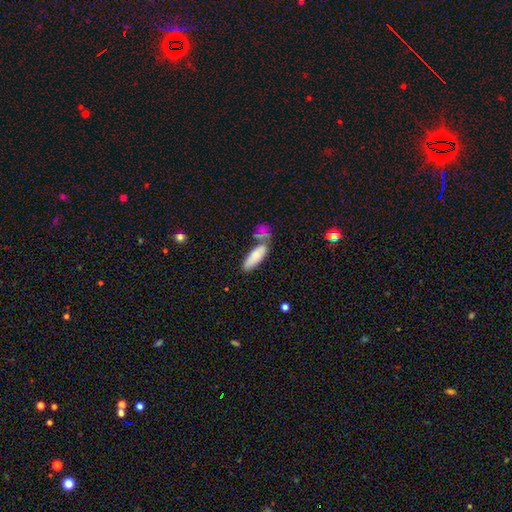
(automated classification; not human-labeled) smooth-or-featured: smooth: 79% | featured or disk: 15% | star or artifact: 6%
  how-rounded: in between: 60% | cigar-shaped: 38% | round: 2%
  merging: none: 52% | merger: 26% | minor disturbance: 17% | major disturbance: 6%